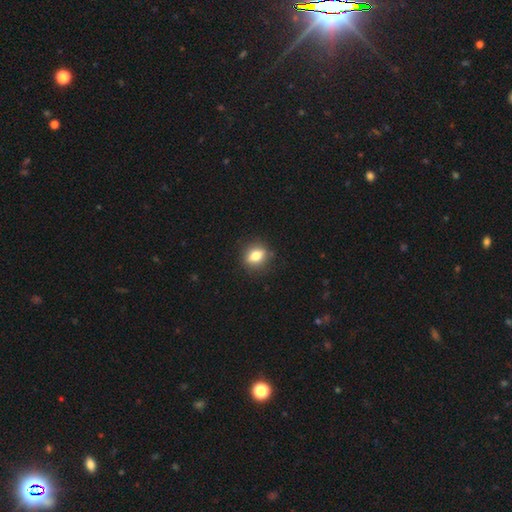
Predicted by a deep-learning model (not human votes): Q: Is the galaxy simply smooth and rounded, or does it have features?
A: smooth — 74%.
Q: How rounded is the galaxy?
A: in between — 56%.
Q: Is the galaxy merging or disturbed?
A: none — 87%.